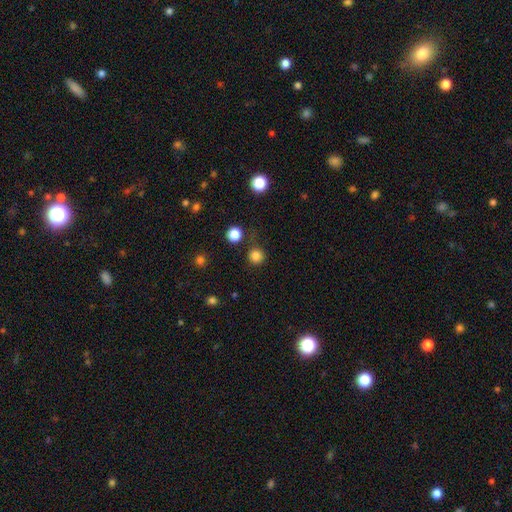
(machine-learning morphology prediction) Smooth or featured?
  - smooth: 82% *
  - star or artifact: 14%
  - featured or disk: 4%
How rounded?
  - round: 95% *
  - in between: 4%
  - cigar-shaped: 1%
Merging?
  - none: 80% *
  - minor disturbance: 10%
  - merger: 5%
  - major disturbance: 4%